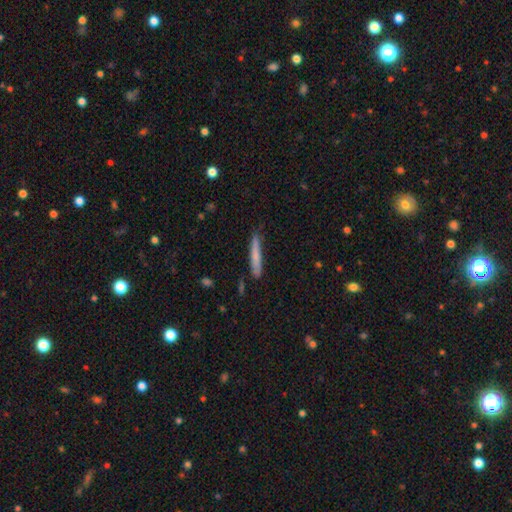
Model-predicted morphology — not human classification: Smooth or featured: smooth — 70% (featured or disk — 24%)
How rounded: cigar-shaped — 94% (in between — 4%)
Merging: none — 79% (minor disturbance — 16%)